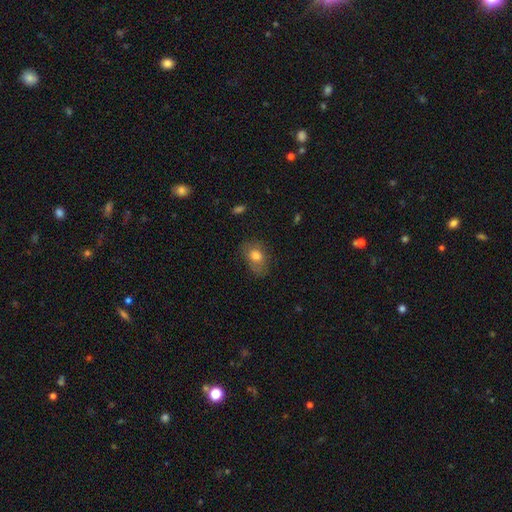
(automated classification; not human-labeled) The model was most divided on "merging": none: 59%, minor disturbance: 26%, major disturbance: 13%, merger: 2%. More confident: how rounded — in between (76%); smooth or featured — smooth (74%).